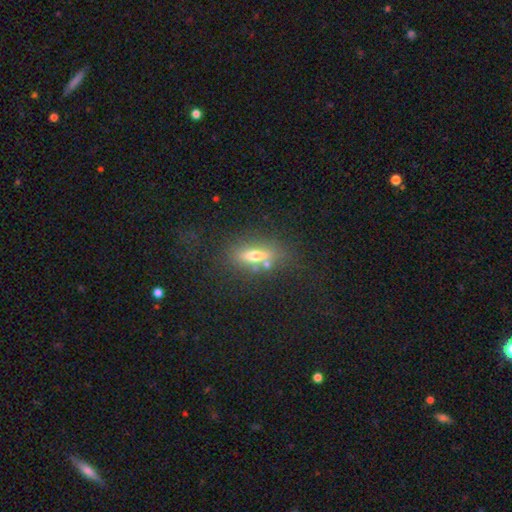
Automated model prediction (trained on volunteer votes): This appears to be a smooth galaxy with no disk features (48%). Merging: none (73%).